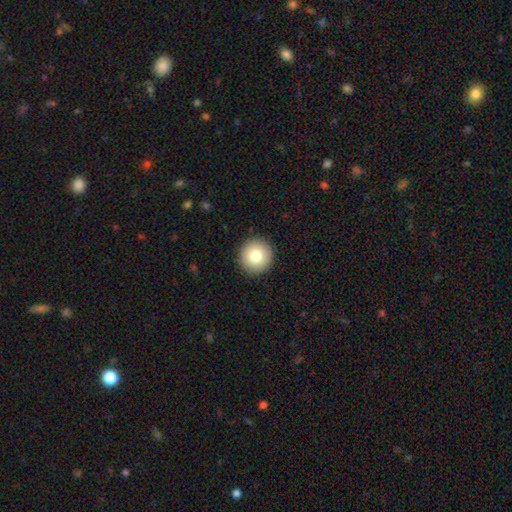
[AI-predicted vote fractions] Smooth or featured? Predicted: smooth (p=0.80). How rounded? Predicted: round (p=0.95). Merging? Predicted: none (p=0.92).